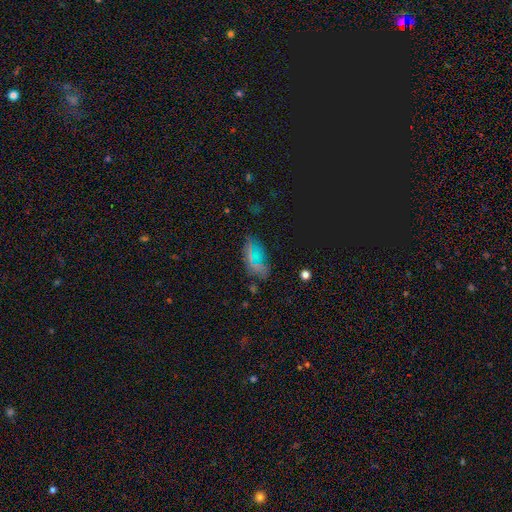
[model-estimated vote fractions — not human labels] Smooth or featured? smooth (36%)
Merging? none (55%)